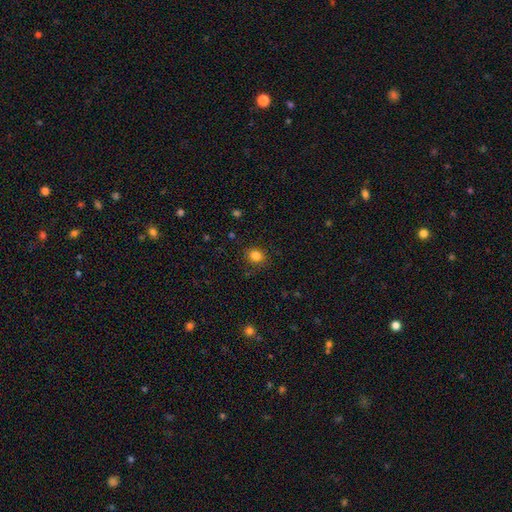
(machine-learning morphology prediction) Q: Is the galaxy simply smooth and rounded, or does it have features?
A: smooth — 83%.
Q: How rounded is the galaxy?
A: round — 66%.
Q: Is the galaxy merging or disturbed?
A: none — 86%.